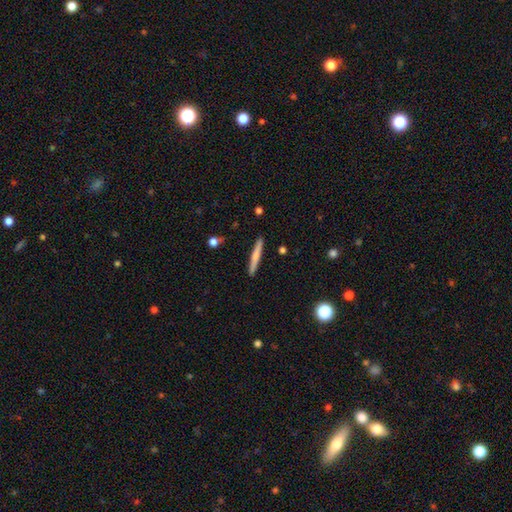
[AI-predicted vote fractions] smooth 64%, featured or disk 30%, star or artifact 6%. Down the decision tree: how rounded — cigar-shaped (95%); merging — none (90%).